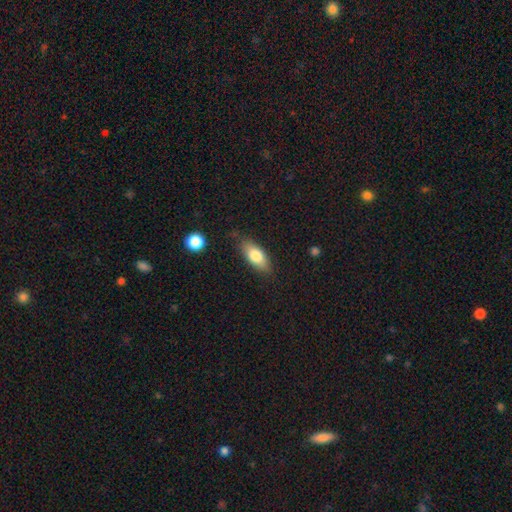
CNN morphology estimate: Overall: smooth (78%). How rounded: in between (81%). Merging: none (76%).